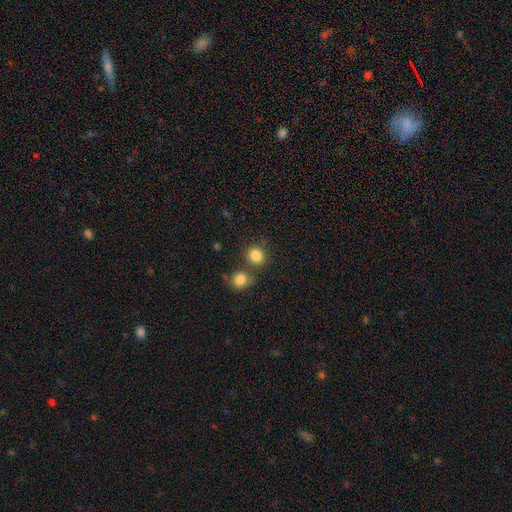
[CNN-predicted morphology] Smooth or featured: smooth — 85% (star or artifact — 10%)
How rounded: round — 86% (in between — 13%)
Merging: none — 68% (merger — 20%)